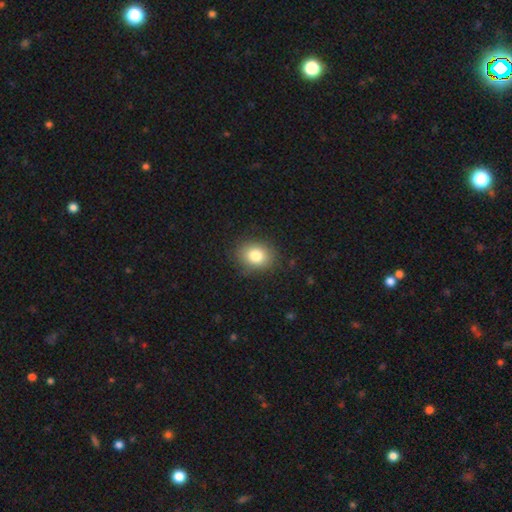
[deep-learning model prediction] Smooth or featured? smooth (81%)
How rounded? round (53%)
Merging? none (84%)